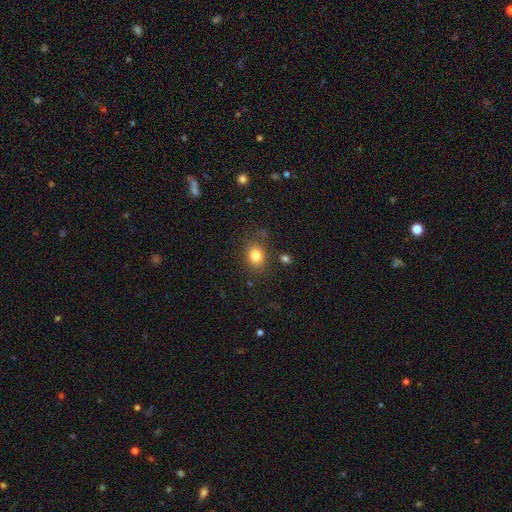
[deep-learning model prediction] smooth-or-featured: smooth: 82% | star or artifact: 11% | featured or disk: 7%
  how-rounded: round: 62% | in between: 37% | cigar-shaped: 1%
  merging: none: 80% | minor disturbance: 12% | major disturbance: 4% | merger: 4%